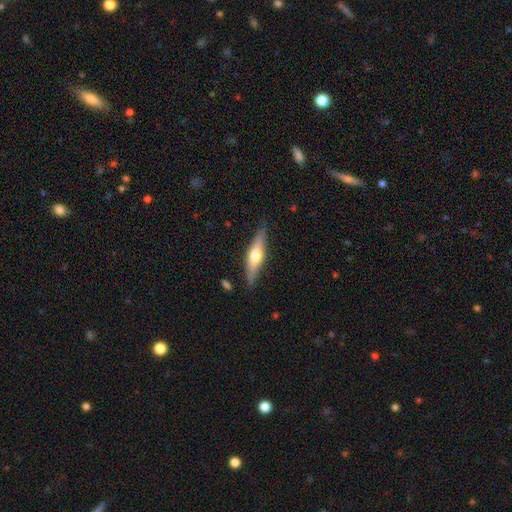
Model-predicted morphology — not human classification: This is possibly a featured or disk galaxy (52%). It is clearly viewed edge-on (92%). Merging: clearly none (85%).